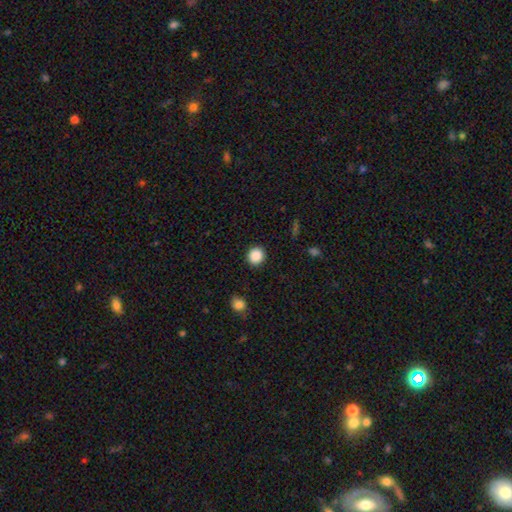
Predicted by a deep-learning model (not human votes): This appears to be a smooth galaxy with no disk features (88%) that is round (89%). Merging: none (91%).